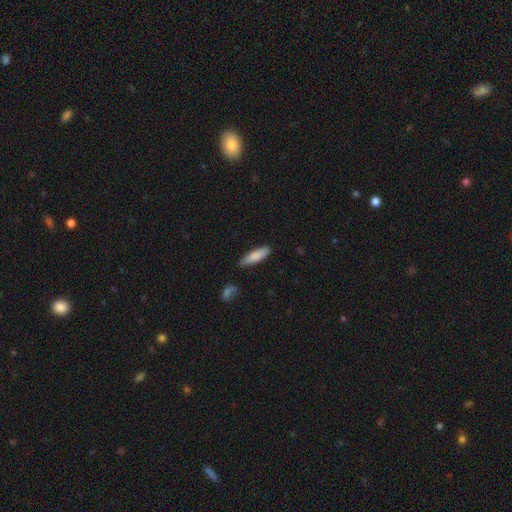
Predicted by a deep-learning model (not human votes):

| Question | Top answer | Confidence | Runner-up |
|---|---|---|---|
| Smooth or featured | smooth | 83% | featured or disk (11%) |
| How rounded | cigar-shaped | 66% | in between (33%) |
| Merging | none | 81% | minor disturbance (14%) |